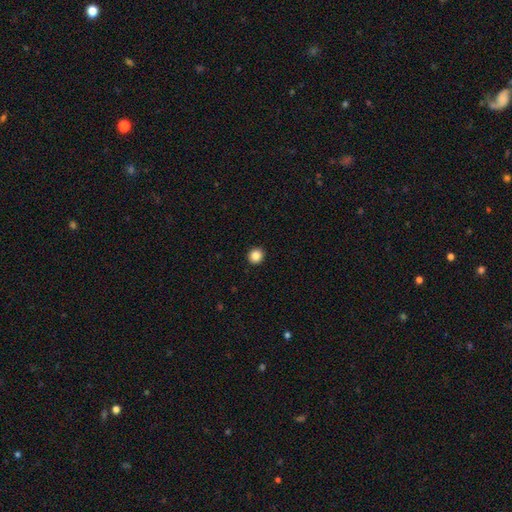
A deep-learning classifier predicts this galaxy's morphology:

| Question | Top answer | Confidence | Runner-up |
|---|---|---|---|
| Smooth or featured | smooth | 86% | star or artifact (10%) |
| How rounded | round | 93% | in between (6%) |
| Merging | none | 93% | minor disturbance (4%) |